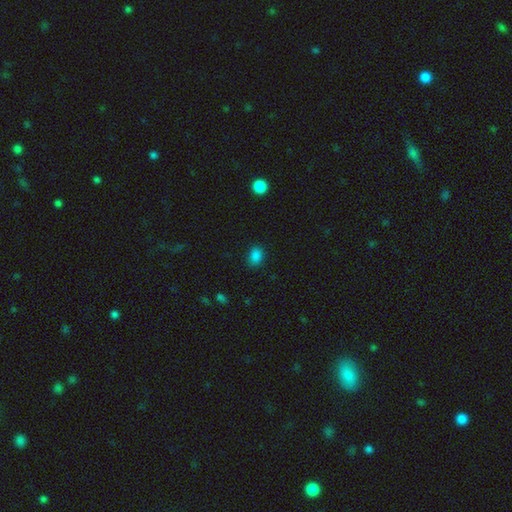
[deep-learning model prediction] This is clearly a smooth galaxy (83%). How rounded: likely in between (66%). Merging: clearly none (84%).